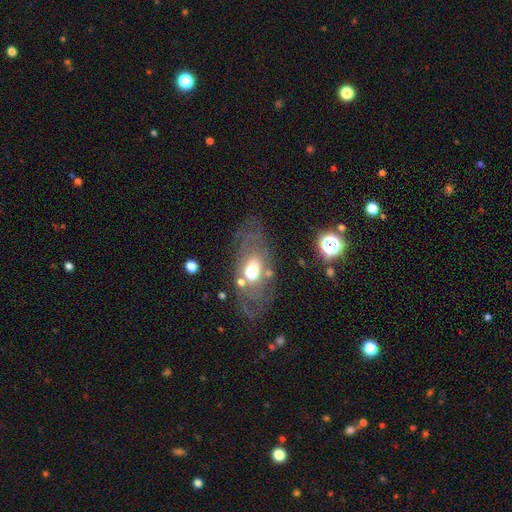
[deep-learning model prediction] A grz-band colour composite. It shows a featured or disk galaxy (62%). Merging: none (78%).